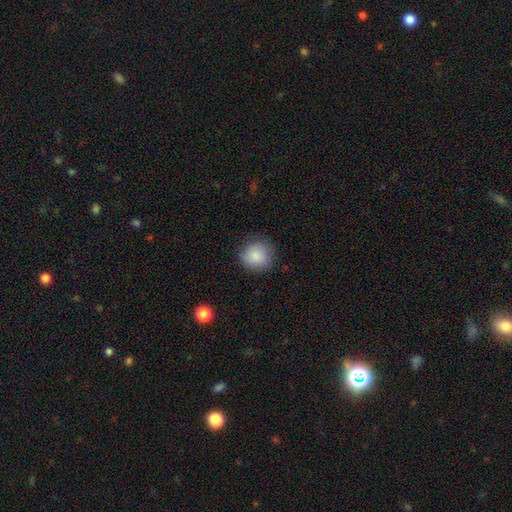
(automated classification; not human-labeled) Morphology: type=smooth (87%); roundness=round (89%); merging=none (83%).